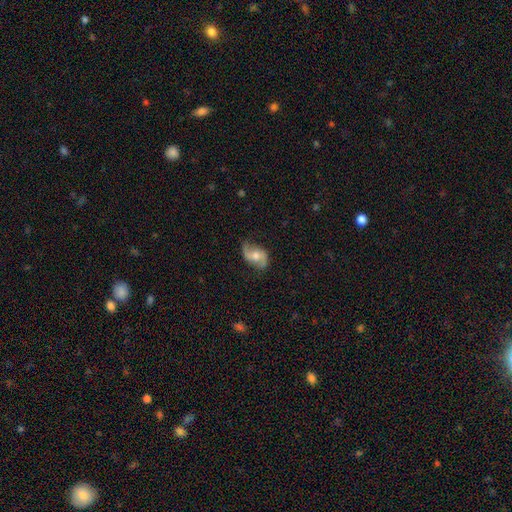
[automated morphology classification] A featured or disk galaxy (70%) with no bar (54%), 2 (90%) loose (68%) spiral arms (91%) and a moderate central bulge (65%). Merging: none (69%).